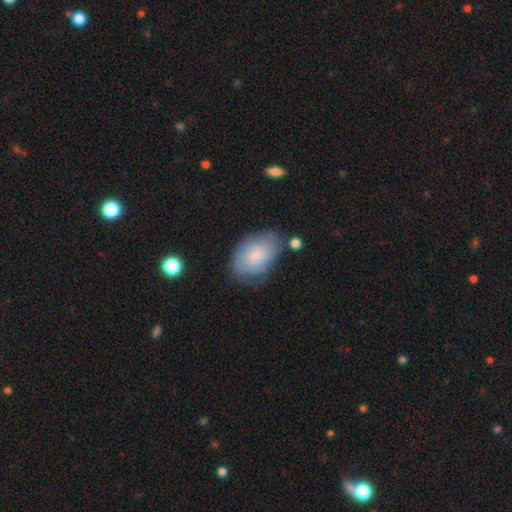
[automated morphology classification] smooth-or-featured: smooth: 73% | featured or disk: 21% | star or artifact: 7%
  how-rounded: in between: 89% | round: 10% | cigar-shaped: 1%
  merging: none: 61% | minor disturbance: 27% | major disturbance: 8% | merger: 4%